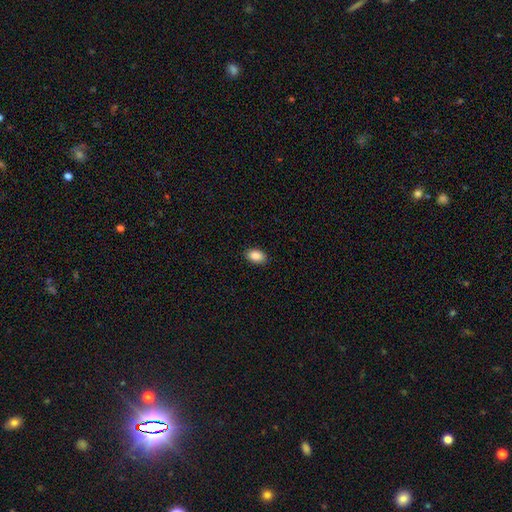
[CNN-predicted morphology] A smooth galaxy with no disk features (89%) that is in between round and cigar-shaped (89%). Merging: none (89%).